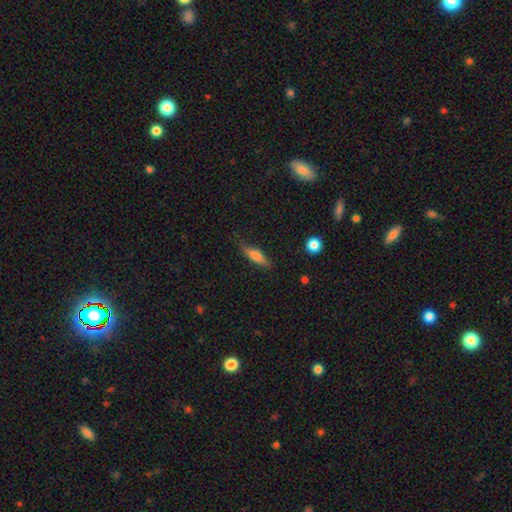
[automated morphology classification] smooth-or-featured: smooth: 68% | featured or disk: 25% | star or artifact: 7%
  how-rounded: cigar-shaped: 60% | in between: 37% | round: 2%
  merging: none: 75% | minor disturbance: 18% | major disturbance: 5% | merger: 1%